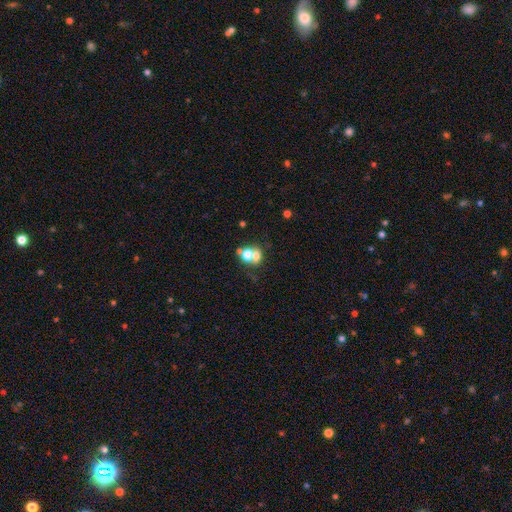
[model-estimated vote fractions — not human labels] A smooth galaxy with no disk features (60%) that is round (62%). Merging: merger (52%).